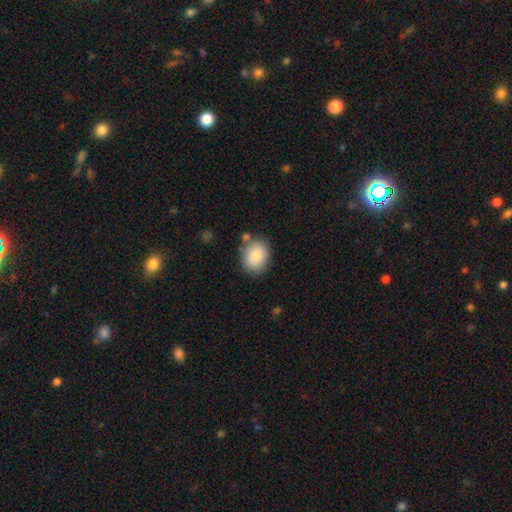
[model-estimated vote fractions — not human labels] Q: Smooth or featured?
A: smooth (85%); runner-up: featured or disk (8%)
Q: How rounded?
A: round (51%); runner-up: in between (48%)
Q: Merging?
A: none (74%); runner-up: minor disturbance (15%)